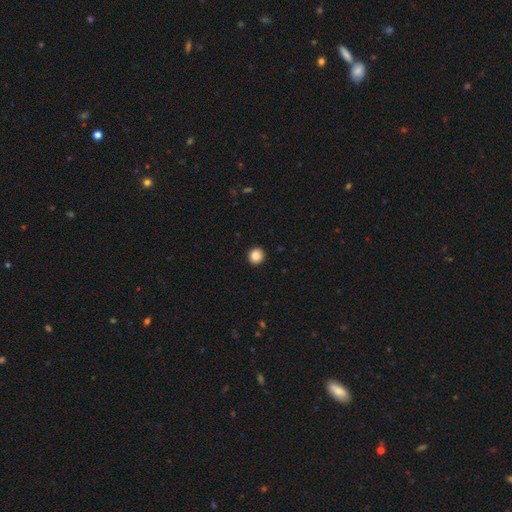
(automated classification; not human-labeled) A smooth galaxy with no disk features (87%) that is round (94%).

Vote fractions:
- Smooth or featured? smooth: 87% / star or artifact: 10% / featured or disk: 3%
- How rounded? round: 94% / in between: 5% / cigar-shaped: 1%
- Merging? none: 93% / minor disturbance: 4% / major disturbance: 1% / merger: 1%